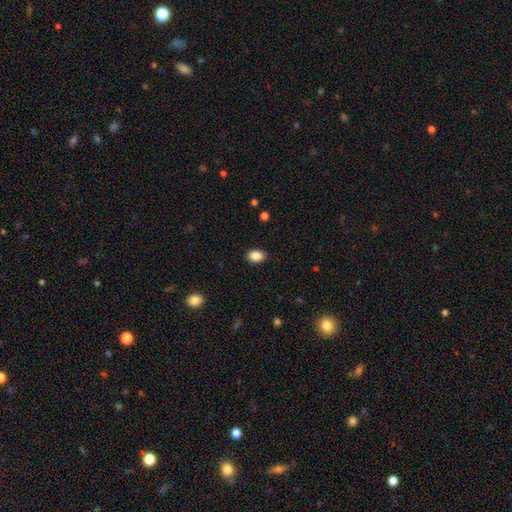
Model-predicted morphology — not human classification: smooth-or-featured: smooth: 88% | star or artifact: 9% | featured or disk: 4%
  how-rounded: in between: 79% | round: 20% | cigar-shaped: 1%
  merging: none: 88% | minor disturbance: 9% | major disturbance: 2% | merger: 1%